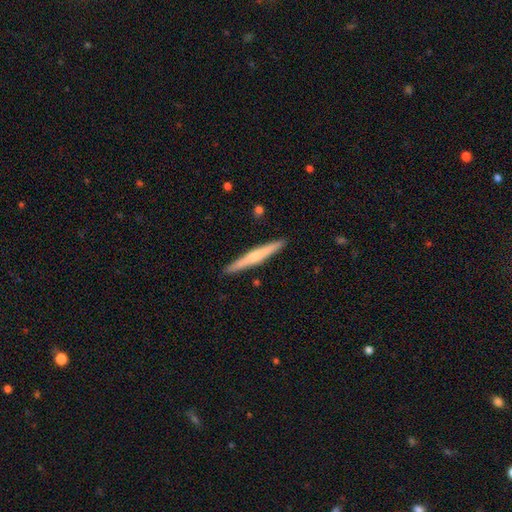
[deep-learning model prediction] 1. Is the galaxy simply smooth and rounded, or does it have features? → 49% featured or disk, 46% smooth, 5% star or artifact.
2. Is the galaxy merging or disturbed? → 91% none, 6% minor disturbance, 1% major disturbance, 1% merger.